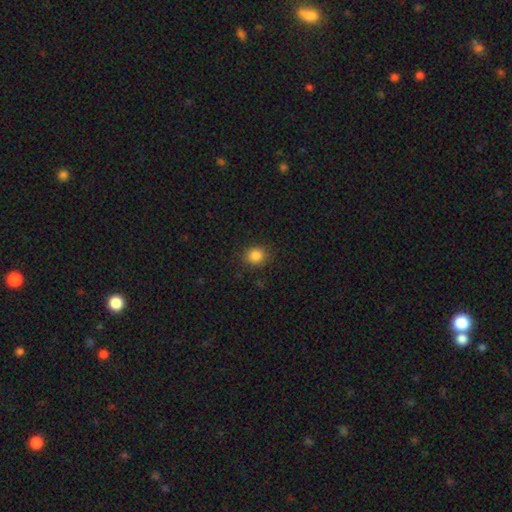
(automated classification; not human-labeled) Morphology: type=smooth (85%); roundness=round (82%); merging=none (88%).